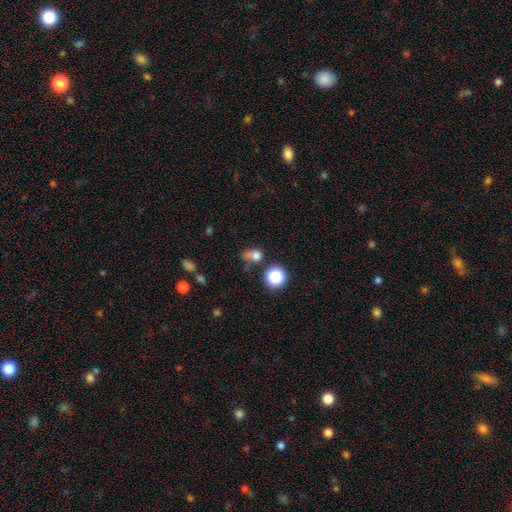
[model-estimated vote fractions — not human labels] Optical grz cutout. It shows a smooth galaxy with no disk features (69%) that is round (60%). Merging: none (38%).